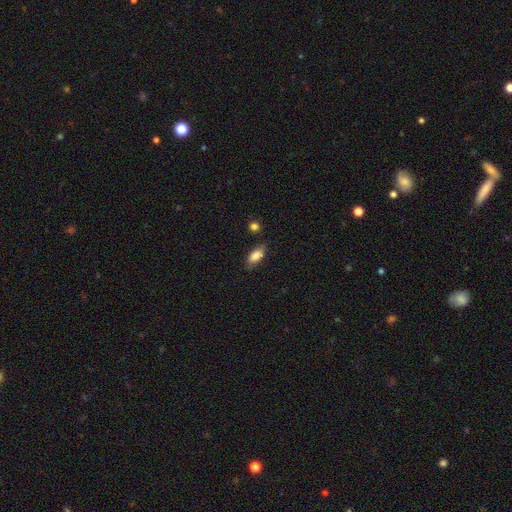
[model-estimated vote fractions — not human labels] A smooth galaxy with no disk features (84%) that is in between round and cigar-shaped (86%).

Vote fractions:
- Smooth or featured? smooth: 84% / featured or disk: 9% / star or artifact: 7%
- How rounded? in between: 86% / cigar-shaped: 10% / round: 4%
- Merging? none: 76% / minor disturbance: 17% / major disturbance: 4% / merger: 3%